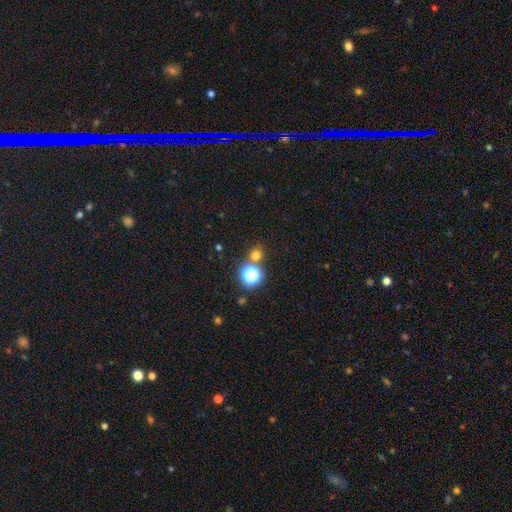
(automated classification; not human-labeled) Smooth or featured? smooth (66%)
How rounded? round (88%)
Merging? none (74%)